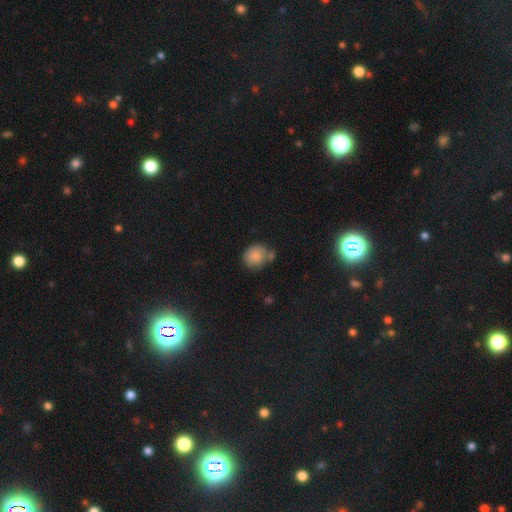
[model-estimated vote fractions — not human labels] Morphology: type=smooth (84%); roundness=round (80%); merging=none (55%).